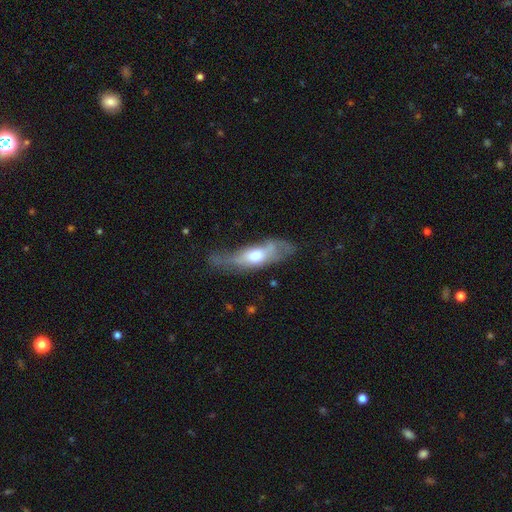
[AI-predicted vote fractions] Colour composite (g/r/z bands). It shows a featured or disk galaxy (54%) with not edge-on (50%, tied with yes). Merging: none (35%).